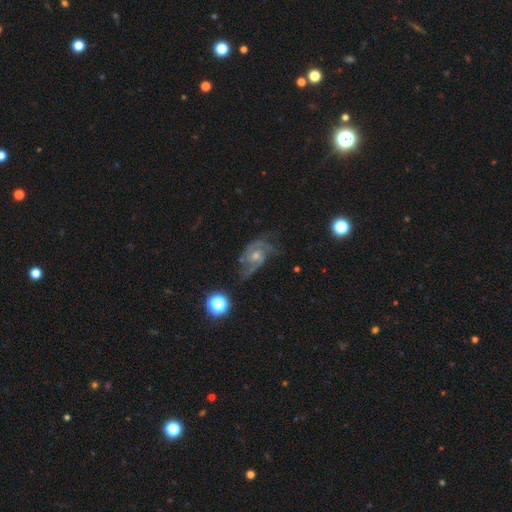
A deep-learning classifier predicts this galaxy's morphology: Smooth or featured?
  - featured or disk: 82% *
  - star or artifact: 10%
  - smooth: 8%
Edge-on disk?
  - no: 97% *
  - yes: 3%
Bar?
  - no: 66% *
  - weak: 28%
  - strong: 6%
Spiral arms?
  - yes: 96% *
  - no: 4%
Spiral winding?
  - medium: 51% *
  - tight: 28%
  - loose: 21%
Spiral arm count?
  - 2: 58% *
  - 3: 18%
  - can't tell: 12%
  - 1: 4%
  - 4: 4%
  - more than 4: 3%
Bulge size?
  - small: 49% *
  - moderate: 45%
  - none: 3%
  - large: 2%
  - dominant: 1%
Merging?
  - none: 60% *
  - minor disturbance: 22%
  - major disturbance: 16%
  - merger: 3%